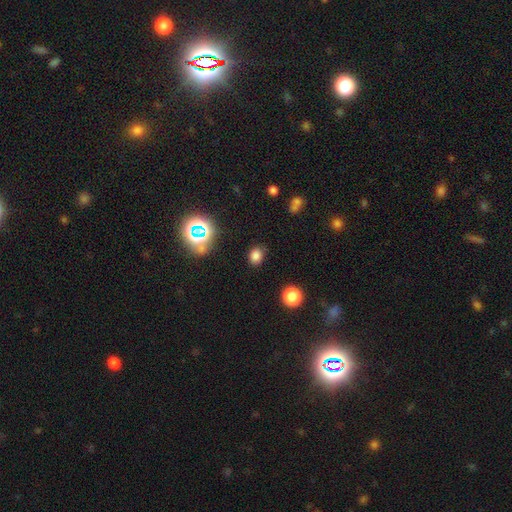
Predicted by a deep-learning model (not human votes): A smooth galaxy with no disk features (75%) that is round (50%). Merging: none (83%).